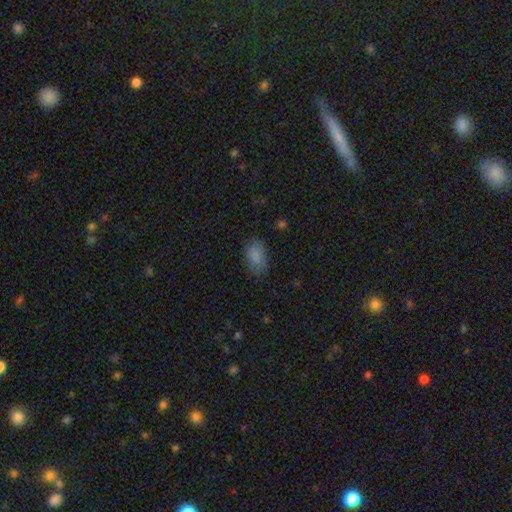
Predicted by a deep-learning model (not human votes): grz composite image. It shows a smooth galaxy with no disk features (86%) that is in between round and cigar-shaped (92%). Merging: none (79%).